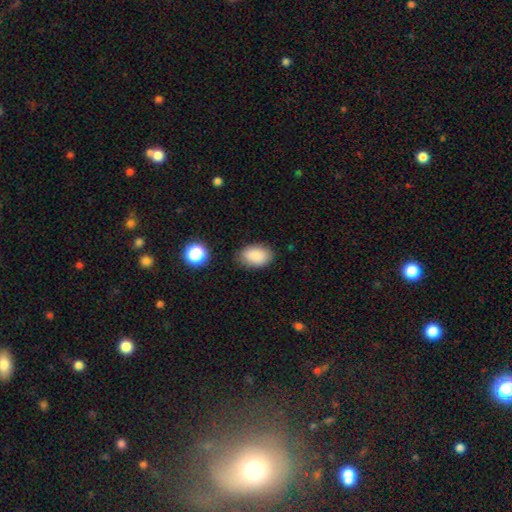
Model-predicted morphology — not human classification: Q: Smooth or featured?
A: smooth (86%); runner-up: star or artifact (8%)
Q: How rounded?
A: in between (88%); runner-up: round (11%)
Q: Merging?
A: none (80%); runner-up: minor disturbance (14%)